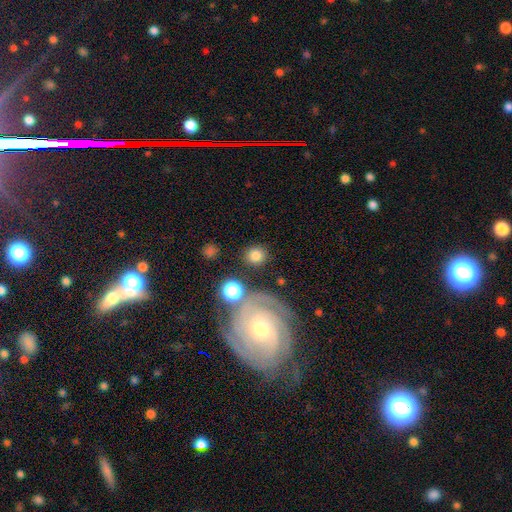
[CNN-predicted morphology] Smooth or featured?
  - smooth: 79% *
  - featured or disk: 11%
  - star or artifact: 10%
How rounded?
  - round: 83% *
  - in between: 16%
  - cigar-shaped: 1%
Merging?
  - none: 81% *
  - minor disturbance: 9%
  - merger: 5%
  - major disturbance: 4%